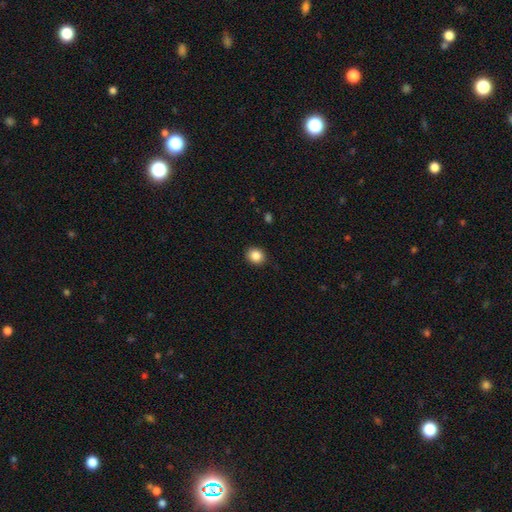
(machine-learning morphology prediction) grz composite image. It shows a smooth galaxy with no disk features (87%) that is round (71%). Merging: none (90%).